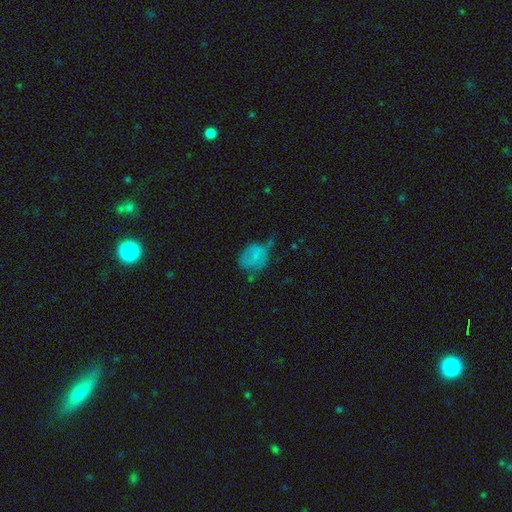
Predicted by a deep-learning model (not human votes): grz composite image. It shows a smooth galaxy with no disk features (66%) that is in between round and cigar-shaped (49%, tied with round). Merging: none (36%).